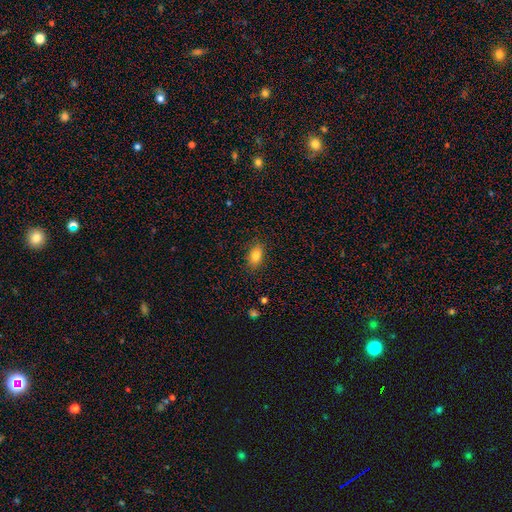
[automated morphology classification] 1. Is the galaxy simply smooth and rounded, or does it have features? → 81% smooth, 10% featured or disk, 9% star or artifact.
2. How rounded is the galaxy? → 86% in between, 9% round, 5% cigar-shaped.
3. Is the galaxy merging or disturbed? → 87% none, 10% minor disturbance, 2% major disturbance, 1% merger.